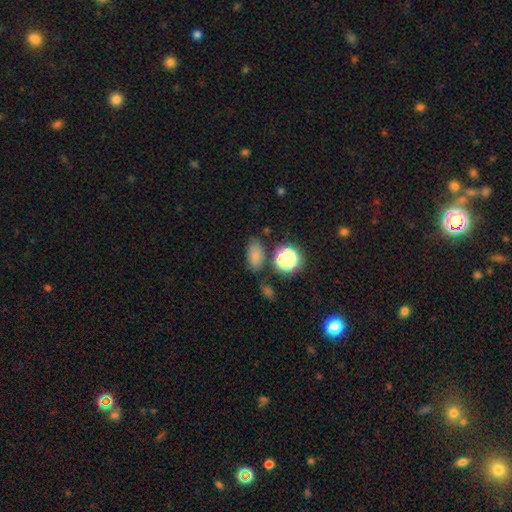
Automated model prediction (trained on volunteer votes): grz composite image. It shows a smooth galaxy with no disk features (76%) that is in between round and cigar-shaped (83%). Merging: none (71%).